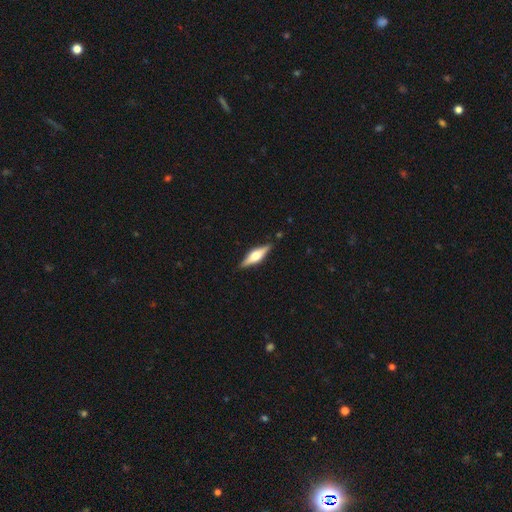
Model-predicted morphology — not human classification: smooth-or-featured: featured or disk: 69% | smooth: 25% | star or artifact: 6%
  disk-edge-on: yes: 97% | no: 3%
    edge-on-bulge: rounded: 91% | boxy: 7% | none: 2%
  merging: none: 88% | minor disturbance: 9% | major disturbance: 2% | merger: 1%